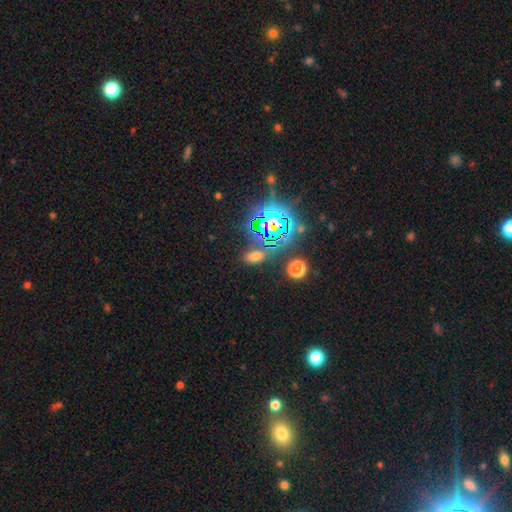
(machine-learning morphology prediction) Smooth or featured: smooth — 46% (star or artifact — 44%)
Merging: none — 73% (minor disturbance — 13%)